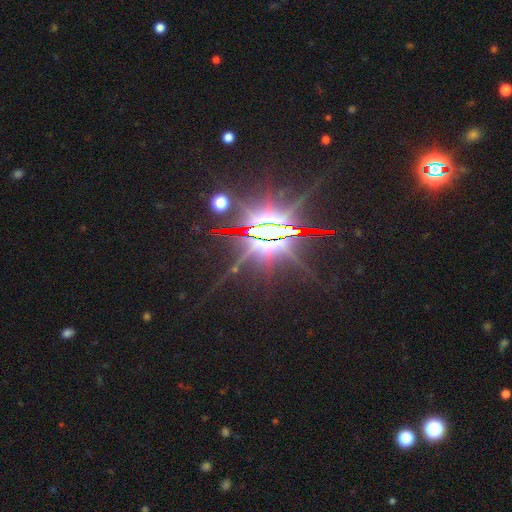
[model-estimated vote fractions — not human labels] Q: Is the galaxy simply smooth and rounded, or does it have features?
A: star or artifact — 80%.